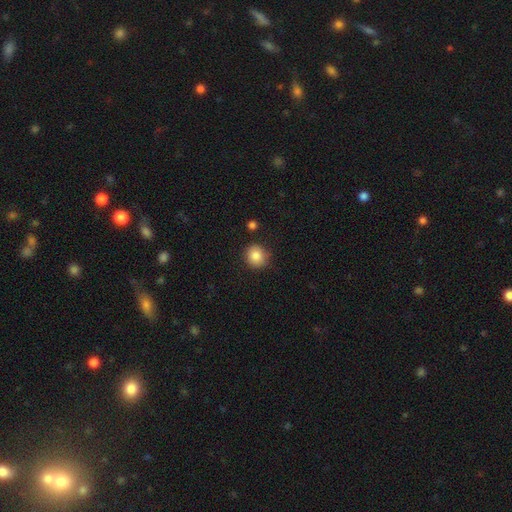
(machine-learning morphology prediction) smooth_or_featured: smooth (p=0.85) [alt: star or artifact p=0.09]
how_rounded: round (p=0.87) [alt: in between p=0.12]
merging: none (p=0.84) [alt: minor disturbance p=0.11]